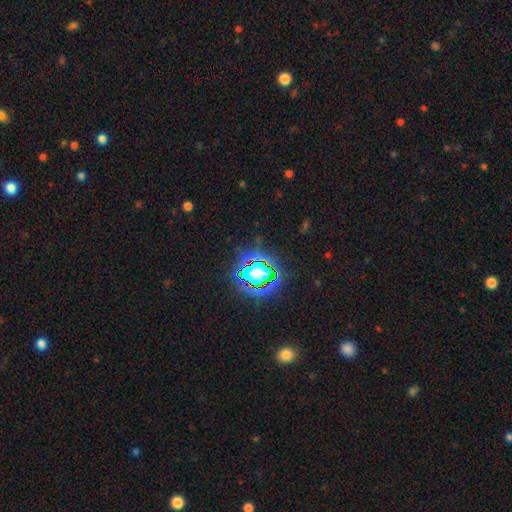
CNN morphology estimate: Smooth or featured? Predicted: star or artifact (p=0.79).